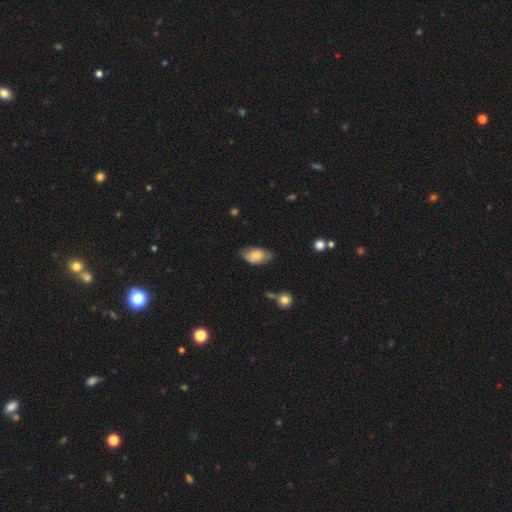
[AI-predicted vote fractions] The model was most divided on "merging": none: 60%, minor disturbance: 30%, major disturbance: 8%, merger: 2%. More confident: how rounded — in between (93%); smooth or featured — smooth (73%).